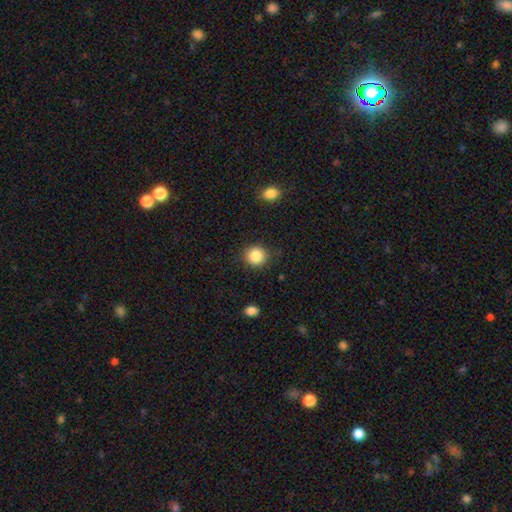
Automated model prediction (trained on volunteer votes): smooth_or_featured: smooth (p=0.86) [alt: star or artifact p=0.10]
how_rounded: round (p=0.88) [alt: in between p=0.11]
merging: none (p=0.88) [alt: minor disturbance p=0.08]